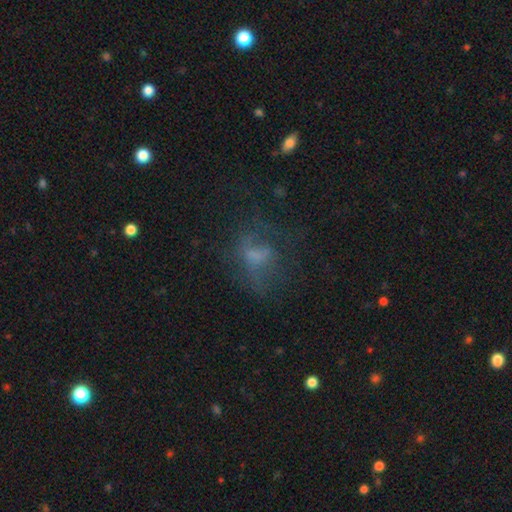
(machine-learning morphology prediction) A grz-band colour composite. It shows a smooth galaxy with no disk features (41%). Merging: none (42%).